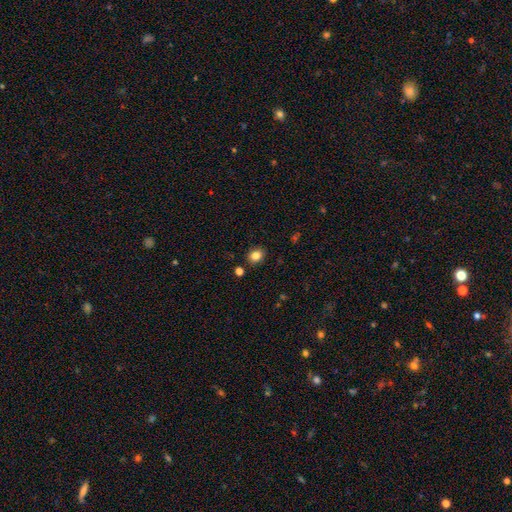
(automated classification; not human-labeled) Smooth or featured? smooth (83%)
How rounded? round (61%)
Merging? none (87%)